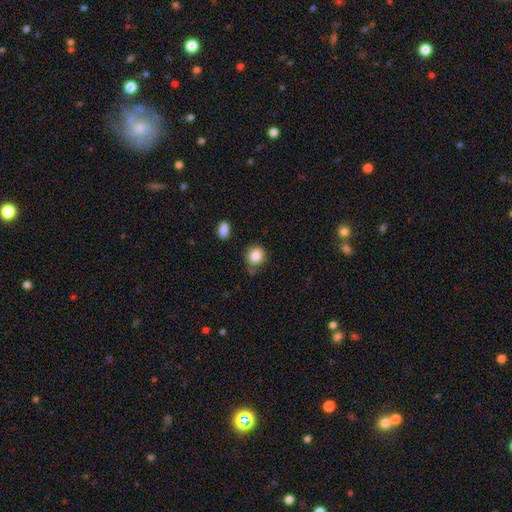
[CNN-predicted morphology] This is clearly a smooth galaxy (83%). How rounded: clearly round (84%). Merging: likely none (71%).